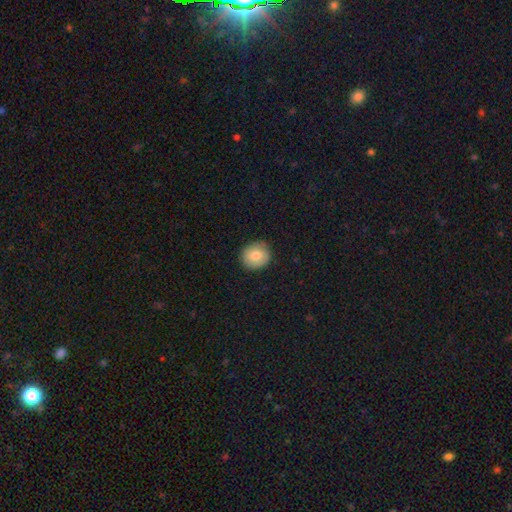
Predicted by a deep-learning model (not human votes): Morphology: type=smooth (78%); roundness=round (83%); merging=none (87%).